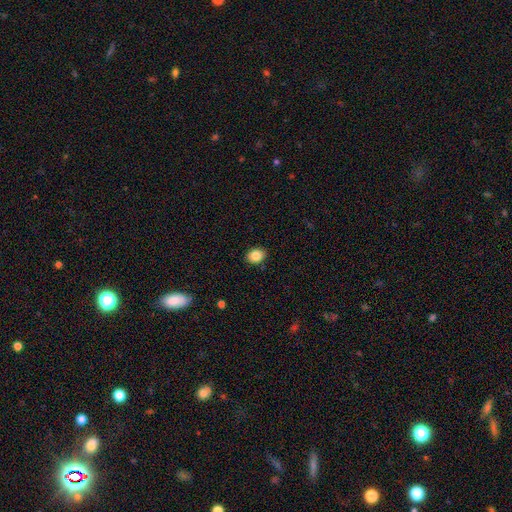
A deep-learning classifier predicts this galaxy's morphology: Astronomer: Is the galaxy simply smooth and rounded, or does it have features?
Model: smooth — 85%.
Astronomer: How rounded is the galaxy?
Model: in between — 54% (runner-up: round, 46%).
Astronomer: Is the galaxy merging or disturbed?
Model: none — 89%.